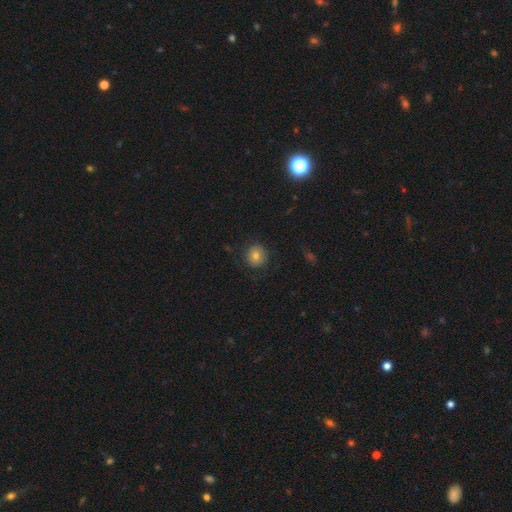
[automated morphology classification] A smooth galaxy with no disk features (74%) that is round (91%).

Vote fractions:
- Smooth or featured? smooth: 74% / featured or disk: 13% / star or artifact: 12%
- How rounded? round: 91% / in between: 8% / cigar-shaped: 1%
- Merging? none: 85% / minor disturbance: 11% / major disturbance: 4% / merger: 1%